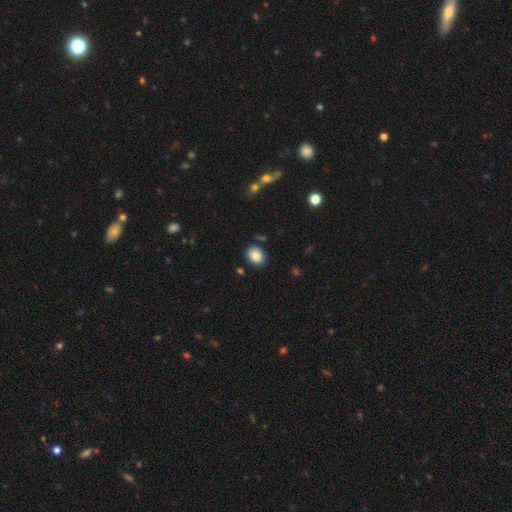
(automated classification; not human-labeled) Smooth or featured: smooth — 85% (star or artifact — 9%)
How rounded: in between — 61% (round — 38%)
Merging: none — 85% (minor disturbance — 10%)